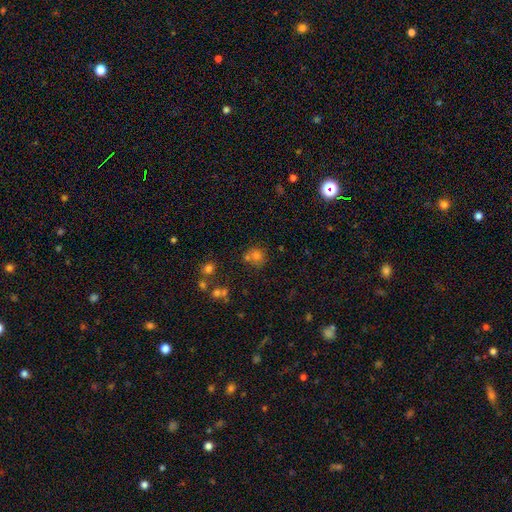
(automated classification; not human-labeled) smooth_or_featured: smooth (p=0.66) [alt: star or artifact p=0.23]
how_rounded: round (p=0.87) [alt: in between p=0.12]
merging: none (p=0.63) [alt: merger p=0.24]